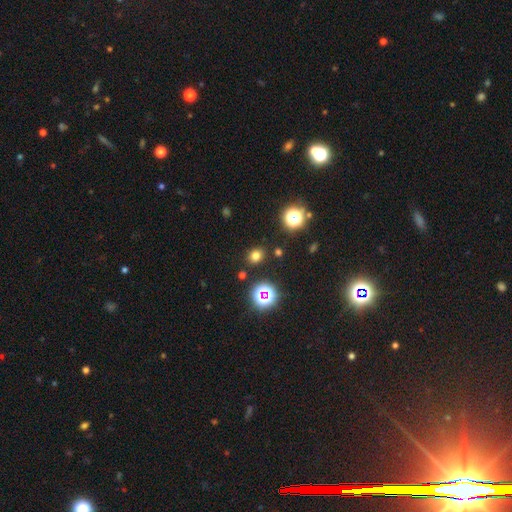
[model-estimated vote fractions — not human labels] Smooth or featured? smooth (72%)
How rounded? round (67%)
Merging? none (87%)